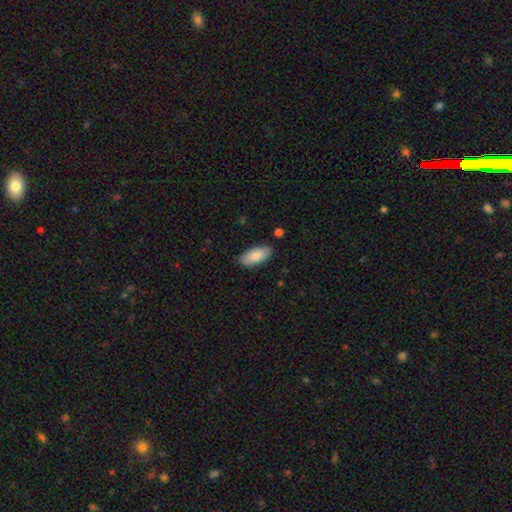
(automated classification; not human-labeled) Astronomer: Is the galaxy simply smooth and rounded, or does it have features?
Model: smooth — 85%.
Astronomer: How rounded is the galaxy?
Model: in between — 90%.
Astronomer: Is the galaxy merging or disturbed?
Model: none — 83%.